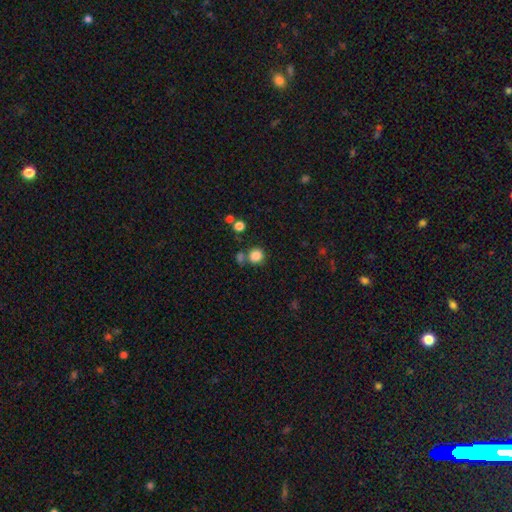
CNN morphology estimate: A smooth galaxy with no disk features (84%) that is round (88%). Merging: none (69%).